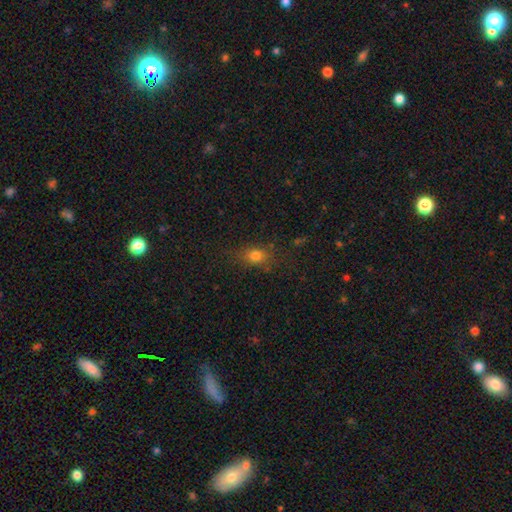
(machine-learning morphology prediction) Q: Smooth or featured?
A: smooth (74%); runner-up: star or artifact (15%)
Q: How rounded?
A: in between (57%); runner-up: round (38%)
Q: Merging?
A: none (72%); runner-up: minor disturbance (18%)